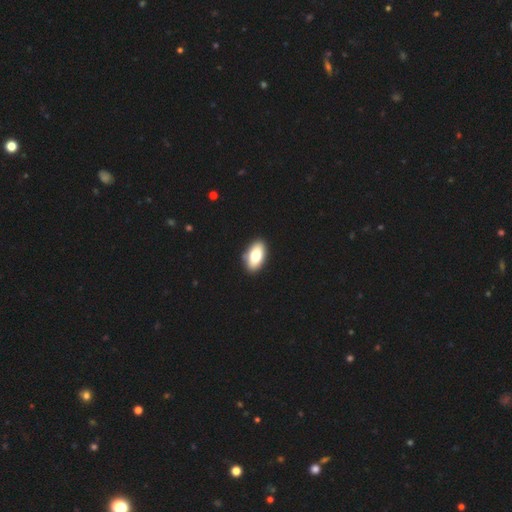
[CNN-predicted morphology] Smooth or featured: smooth — 77% (featured or disk — 16%)
How rounded: in between — 93% (round — 4%)
Merging: none — 89% (minor disturbance — 8%)